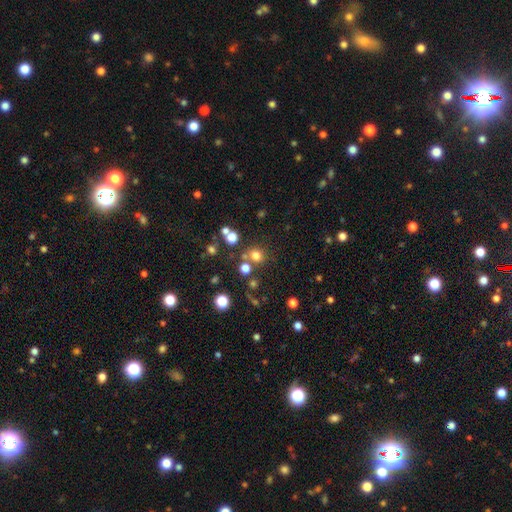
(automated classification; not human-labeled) Morphology: type=smooth (73%); roundness=round (87%); merging=none (73%).